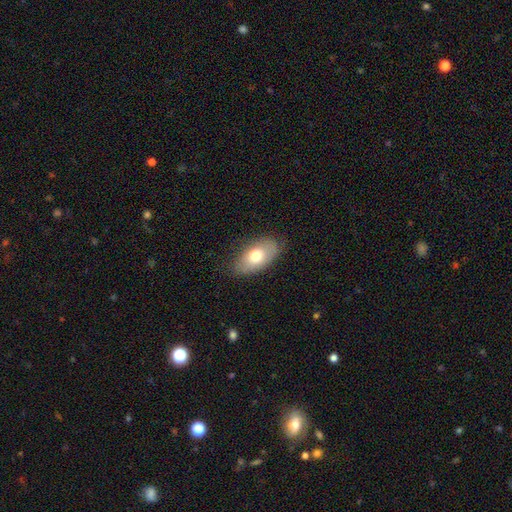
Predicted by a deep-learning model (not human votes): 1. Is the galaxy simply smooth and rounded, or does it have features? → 71% smooth, 22% featured or disk, 7% star or artifact.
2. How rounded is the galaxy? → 92% in between, 6% round, 3% cigar-shaped.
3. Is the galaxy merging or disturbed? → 76% none, 18% minor disturbance, 4% major disturbance, 1% merger.